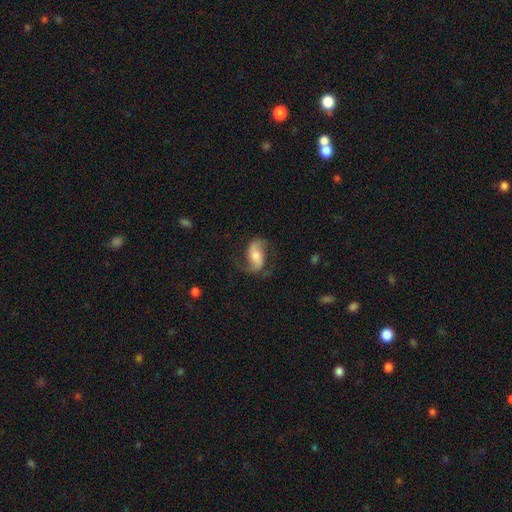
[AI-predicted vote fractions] The model was most divided on "bar": no: 42%, weak: 37%, strong: 21%. More confident: edge-on disk — no (96%); spiral arms — yes (94%); spiral arm count — 2 (90%); smooth or featured — featured or disk (75%); merging — none (68%); spiral winding — loose (59%); bulge size — moderate (51%).